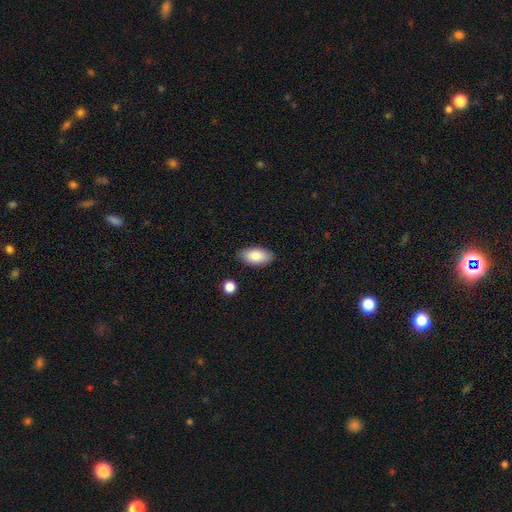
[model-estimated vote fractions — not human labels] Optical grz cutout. It shows a smooth galaxy with no disk features (82%) that is in between round and cigar-shaped (92%). Merging: none (84%).